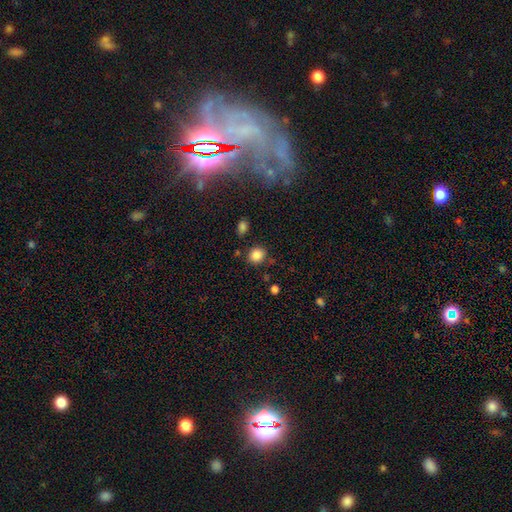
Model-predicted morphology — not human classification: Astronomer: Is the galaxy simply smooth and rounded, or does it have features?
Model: smooth — 85%.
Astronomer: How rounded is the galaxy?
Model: round — 78%.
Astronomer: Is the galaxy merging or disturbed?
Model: none — 81%.